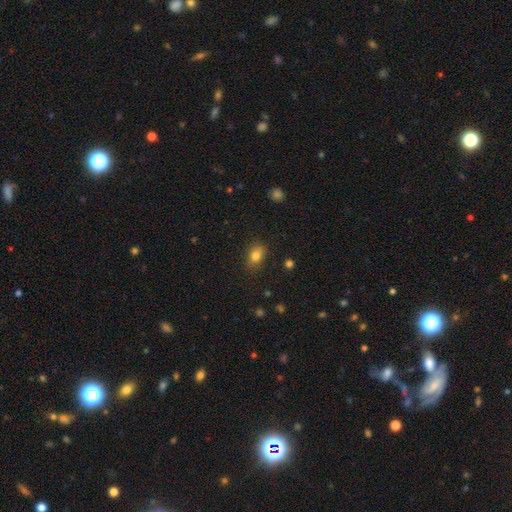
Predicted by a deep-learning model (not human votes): Smooth or featured: smooth — 81% (star or artifact — 11%)
How rounded: in between — 71% (round — 27%)
Merging: none — 80% (minor disturbance — 15%)